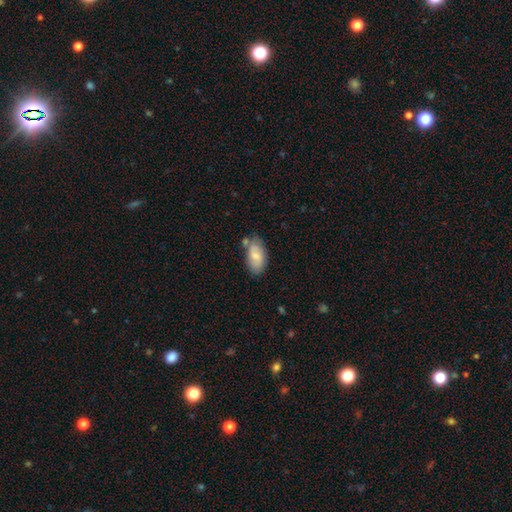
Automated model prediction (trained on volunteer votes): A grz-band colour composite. It shows a smooth galaxy with no disk features (71%) that is in between round and cigar-shaped (93%). Merging: none (62%).